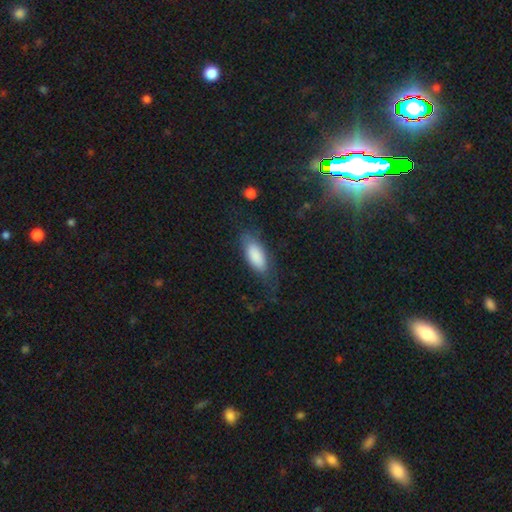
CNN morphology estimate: smooth-or-featured: smooth: 80% | featured or disk: 13% | star or artifact: 6%
  how-rounded: in between: 85% | cigar-shaped: 13% | round: 2%
  merging: none: 60% | minor disturbance: 22% | major disturbance: 15% | merger: 2%